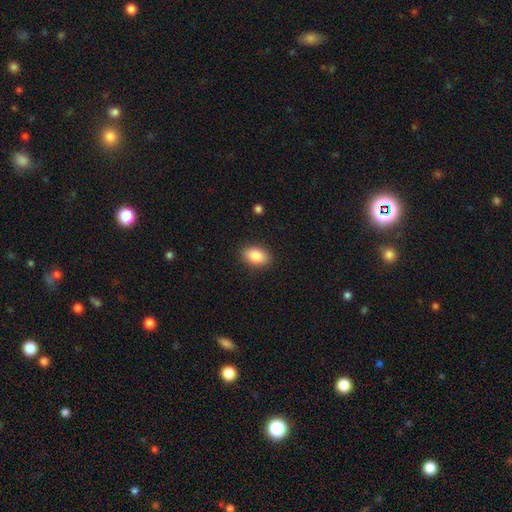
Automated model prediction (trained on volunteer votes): Q: Smooth or featured?
A: smooth (87%); runner-up: star or artifact (7%)
Q: How rounded?
A: in between (88%); runner-up: round (10%)
Q: Merging?
A: none (88%); runner-up: minor disturbance (9%)